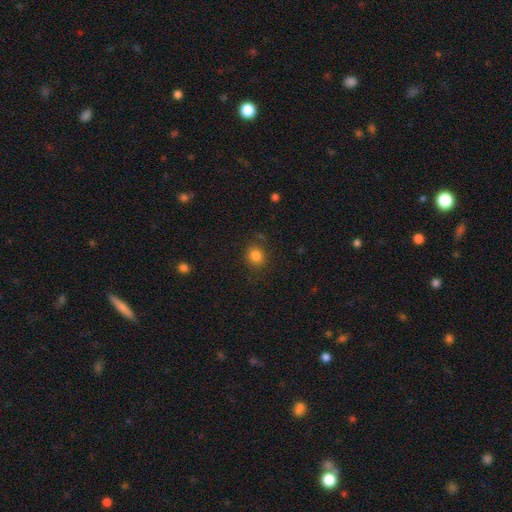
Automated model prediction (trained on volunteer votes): Smooth or featured? smooth (83%)
How rounded? round (76%)
Merging? none (82%)